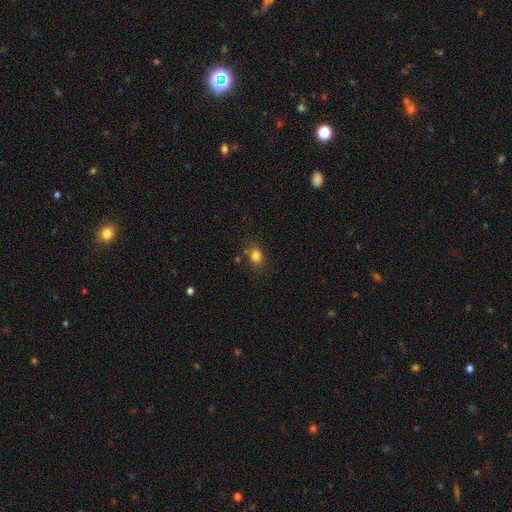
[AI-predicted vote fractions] This is clearly a smooth galaxy (81%). How rounded: possibly in between (54%). Merging: likely none (78%).